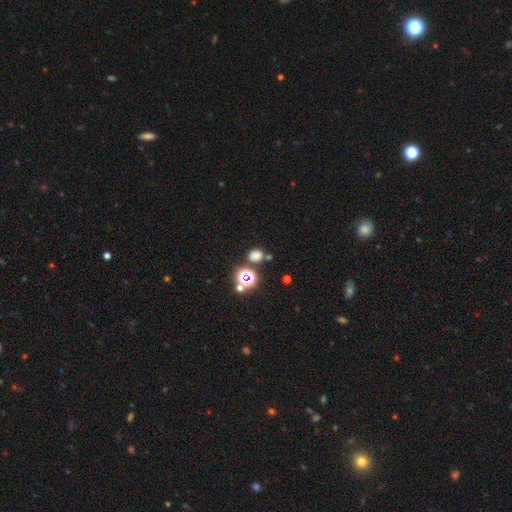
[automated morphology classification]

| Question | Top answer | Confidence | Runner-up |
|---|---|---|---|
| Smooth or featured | smooth | 67% | star or artifact (27%) |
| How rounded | round | 71% | in between (28%) |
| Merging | none | 73% | merger (12%) |